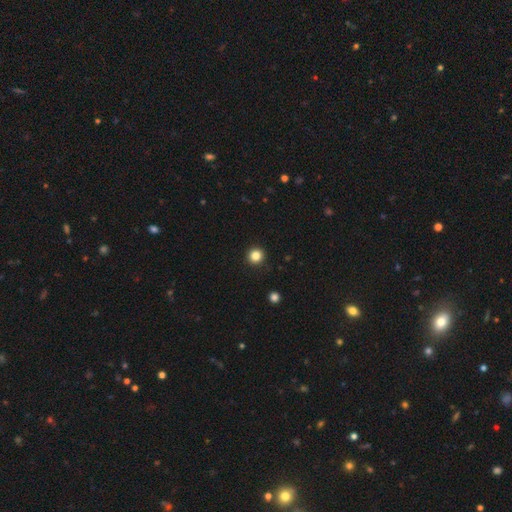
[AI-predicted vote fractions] Overall: smooth (85%). How rounded: round (95%). Merging: none (93%).